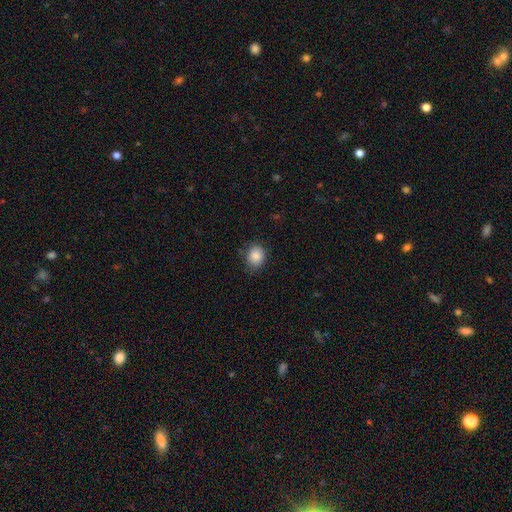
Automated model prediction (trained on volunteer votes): Morphology: type=smooth (87%); roundness=round (60%); merging=none (80%).